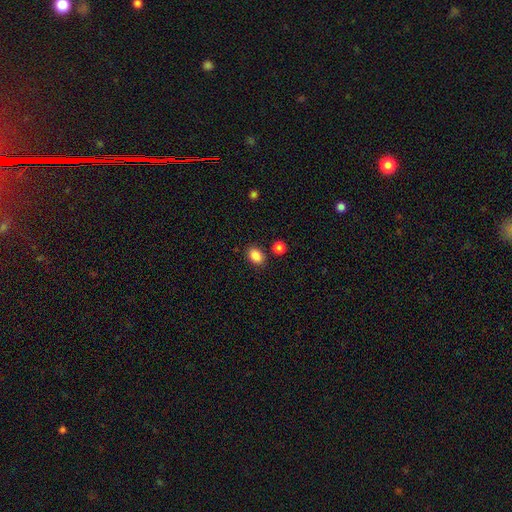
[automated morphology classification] Smooth or featured? Predicted: smooth (p=0.87). How rounded? Predicted: in between (p=0.76). Merging? Predicted: none (p=0.84).